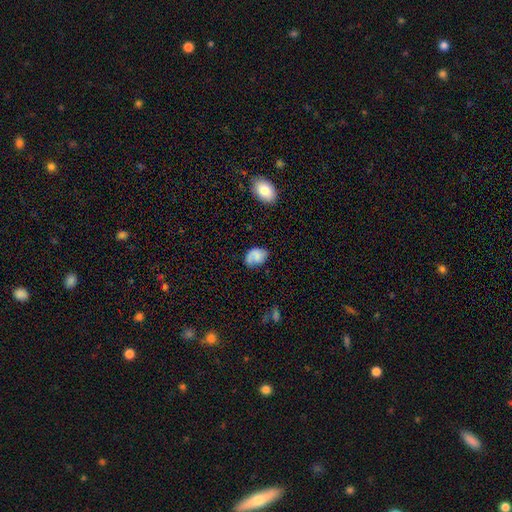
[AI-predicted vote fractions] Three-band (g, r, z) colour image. It shows a smooth galaxy with no disk features (65%) that is in between round and cigar-shaped (79%). Merging: none (56%).